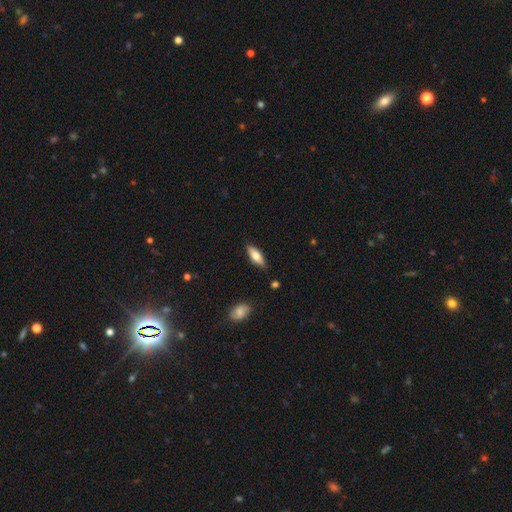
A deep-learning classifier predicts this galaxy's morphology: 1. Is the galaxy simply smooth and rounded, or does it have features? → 68% smooth, 26% featured or disk, 6% star or artifact.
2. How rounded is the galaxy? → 64% in between, 33% cigar-shaped, 2% round.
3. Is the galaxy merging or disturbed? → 84% none, 12% minor disturbance, 2% major disturbance, 2% merger.